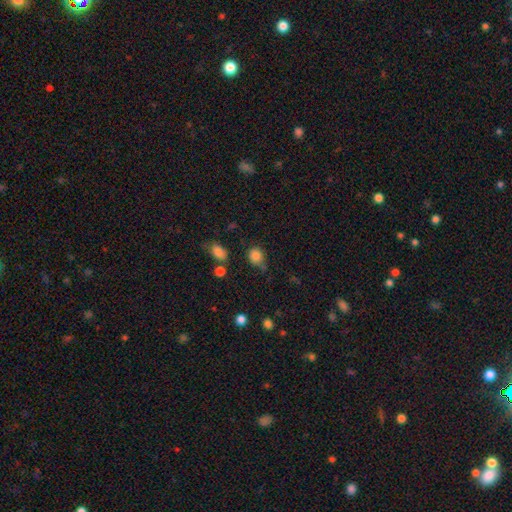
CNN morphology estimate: smooth-or-featured: smooth: 84% | star or artifact: 11% | featured or disk: 5%
  how-rounded: round: 71% | in between: 28% | cigar-shaped: 1%
  merging: none: 61% | minor disturbance: 25% | major disturbance: 7% | merger: 6%